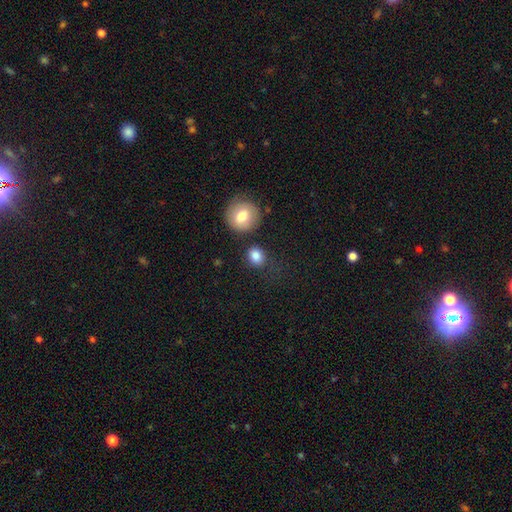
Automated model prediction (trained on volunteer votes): Smooth or featured? Predicted: smooth (p=0.84). How rounded? Predicted: round (p=0.68). Merging? Predicted: none (p=0.71).